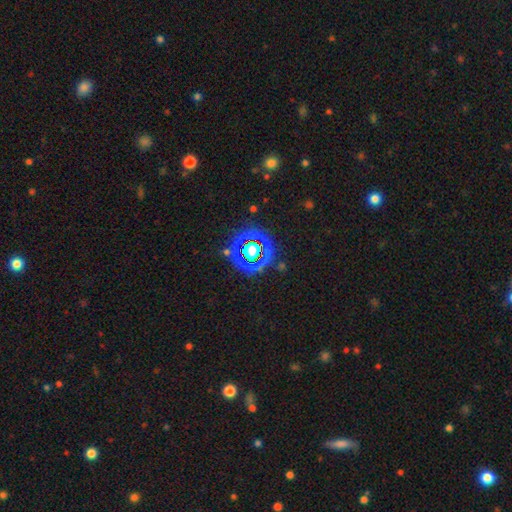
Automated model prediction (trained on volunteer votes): Smooth or featured? star or artifact (76%)